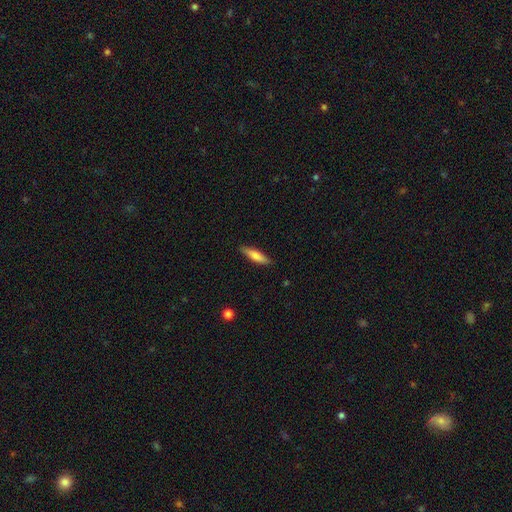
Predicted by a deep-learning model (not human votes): The model was most divided on "how rounded": cigar-shaped: 73%, in between: 25%, round: 2%. More confident: merging — none (87%); smooth or featured — smooth (71%).